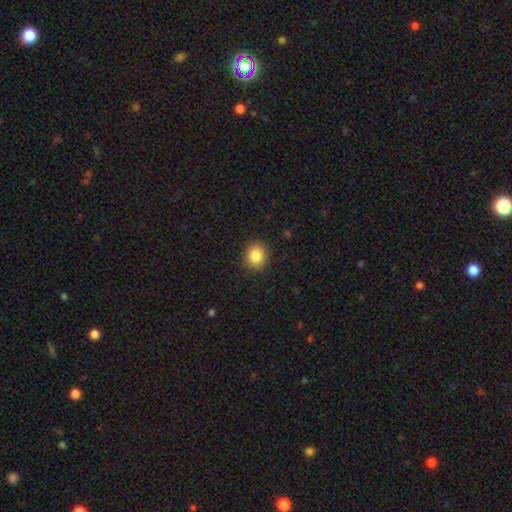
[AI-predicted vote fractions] Q: Smooth or featured?
A: smooth (84%); runner-up: star or artifact (10%)
Q: How rounded?
A: round (78%); runner-up: in between (21%)
Q: Merging?
A: none (90%); runner-up: minor disturbance (6%)